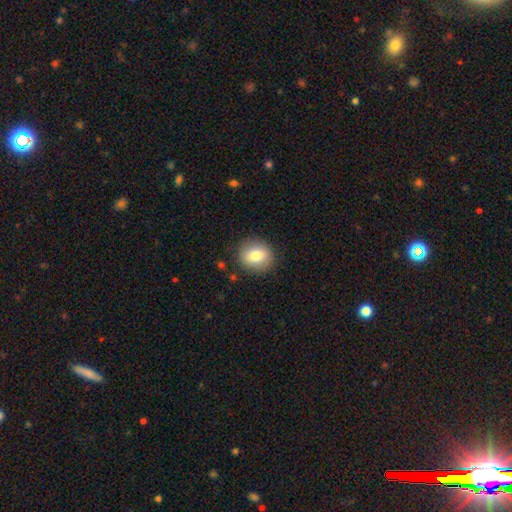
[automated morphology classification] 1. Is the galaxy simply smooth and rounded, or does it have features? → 80% smooth, 12% featured or disk, 8% star or artifact.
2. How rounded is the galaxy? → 75% round, 24% in between, 1% cigar-shaped.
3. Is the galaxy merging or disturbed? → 88% none, 9% minor disturbance, 3% major disturbance, 1% merger.